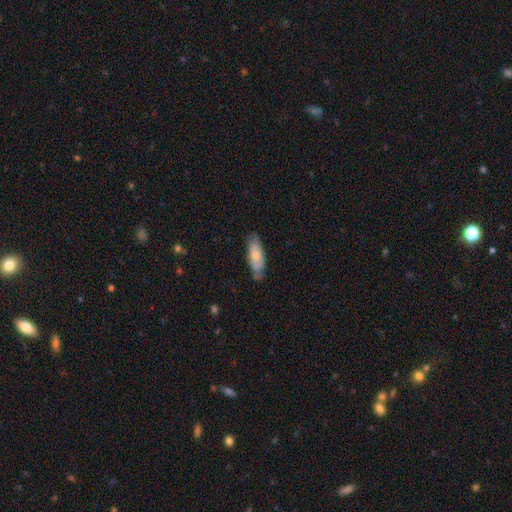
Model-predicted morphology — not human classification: This appears to be a smooth galaxy with no disk features (64%) that is in between round and cigar-shaped (64%). Merging: none (69%).